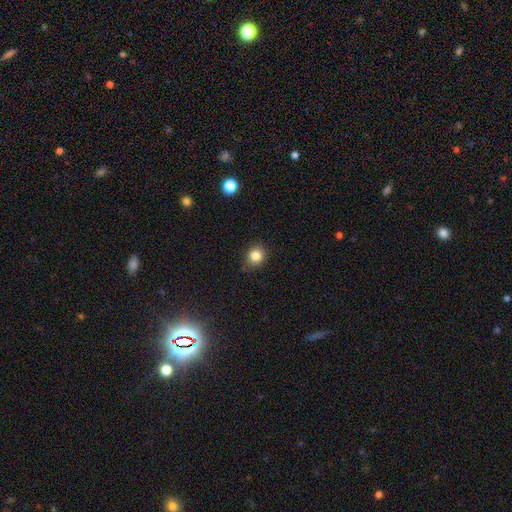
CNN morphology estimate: Smooth or featured? Predicted: smooth (p=0.84). How rounded? Predicted: round (p=0.82). Merging? Predicted: none (p=0.83).